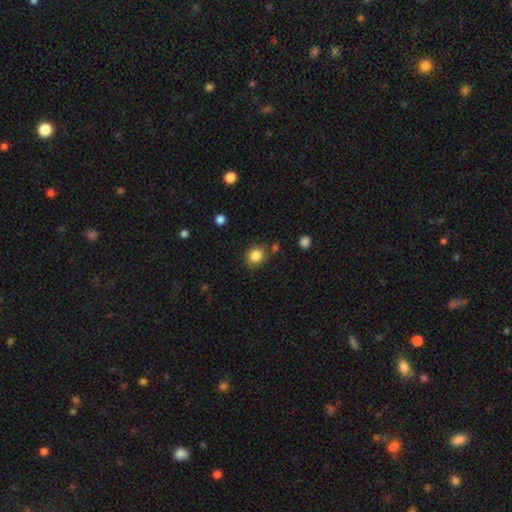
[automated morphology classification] smooth 85%, star or artifact 10%, featured or disk 5%. Down the decision tree: how rounded — round (81%); merging — none (80%).